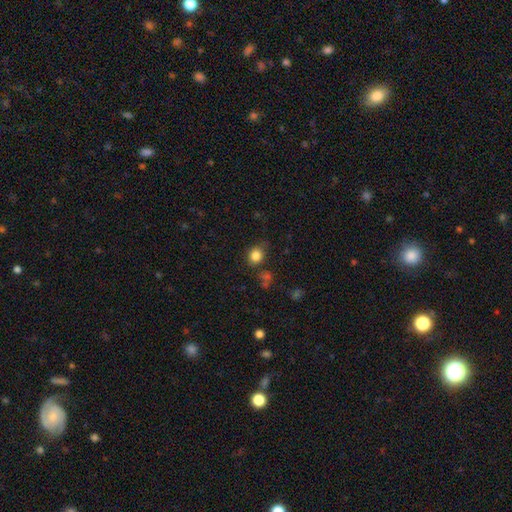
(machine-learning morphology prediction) A smooth galaxy with no disk features (83%) that is round (70%).

Vote fractions:
- Smooth or featured? smooth: 83% / star or artifact: 11% / featured or disk: 5%
- How rounded? round: 70% / in between: 29% / cigar-shaped: 1%
- Merging? none: 75% / minor disturbance: 16% / major disturbance: 5% / merger: 4%